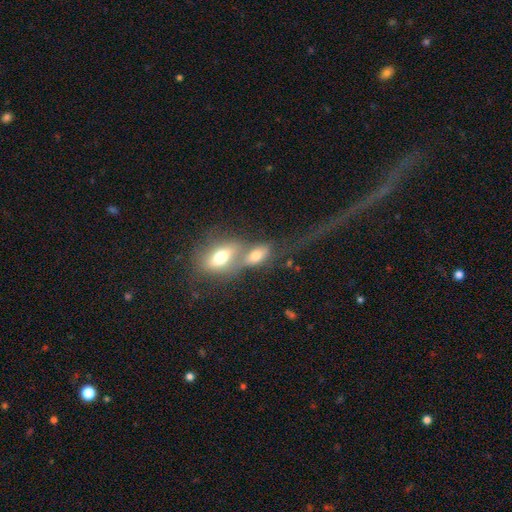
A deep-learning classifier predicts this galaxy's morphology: Overall: smooth (64%; featured or disk 26%). How rounded: in between (82%). Merging: merger (64%).